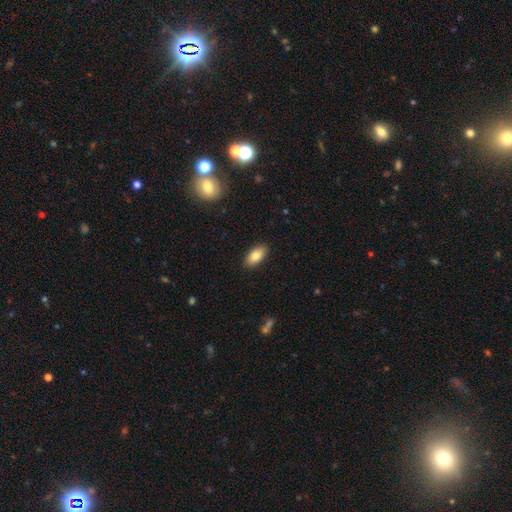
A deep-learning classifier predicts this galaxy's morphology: This is clearly a smooth galaxy (84%). How rounded: clearly in between (91%). Merging: clearly none (89%).